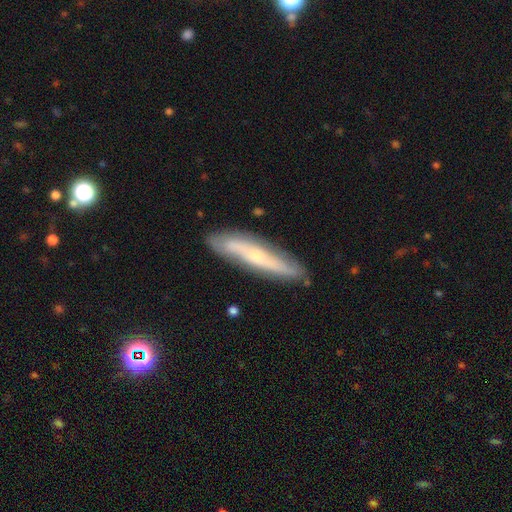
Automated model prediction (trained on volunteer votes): Smooth or featured: featured or disk — 61% (smooth — 33%)
Edge-on disk: yes — 56% (no — 44%)
Merging: none — 81% (minor disturbance — 14%)